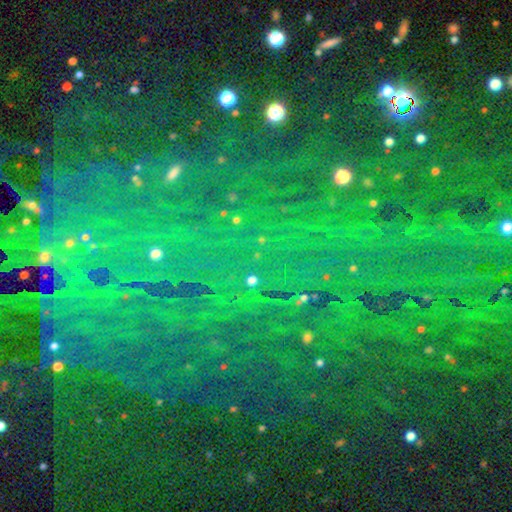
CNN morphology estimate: Smooth or featured? Predicted: star or artifact (p=0.81).